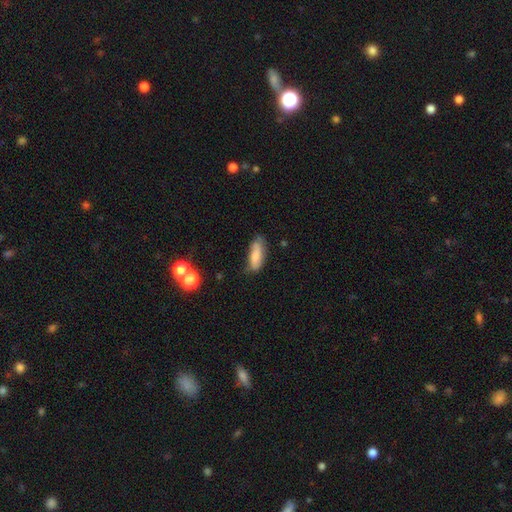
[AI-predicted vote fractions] Smooth or featured? Predicted: smooth (p=0.71). How rounded? Predicted: in between (p=0.68). Merging? Predicted: none (p=0.60).